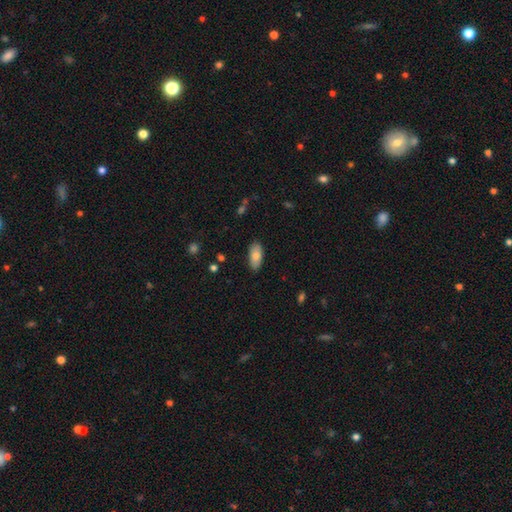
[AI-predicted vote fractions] A smooth galaxy with no disk features (81%) that is in between round and cigar-shaped (90%). Merging: none (86%).